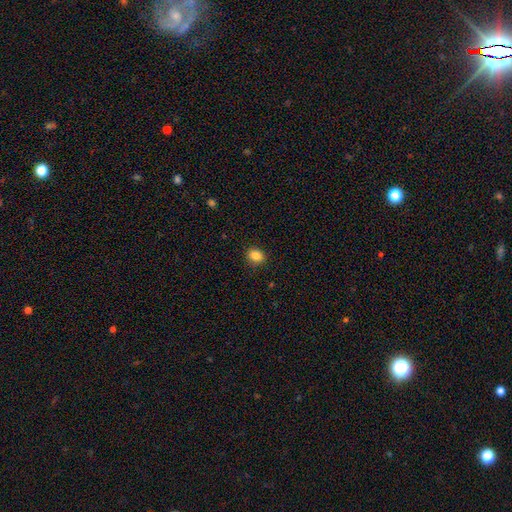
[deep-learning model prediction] This is clearly a smooth galaxy (86%). How rounded: possibly round (54%). Merging: clearly none (88%).